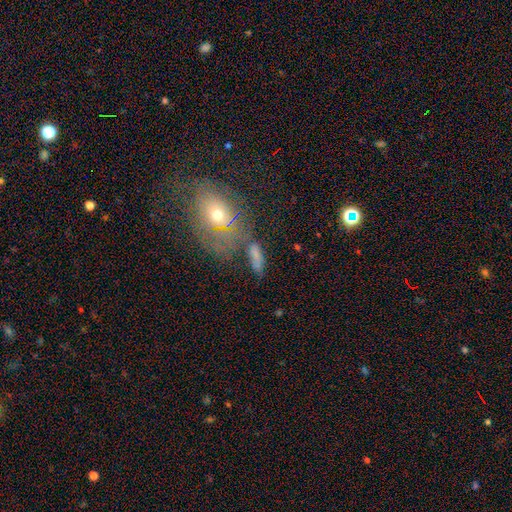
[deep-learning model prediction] Smooth or featured?
  - smooth: 59% *
  - featured or disk: 21%
  - star or artifact: 20%
How rounded?
  - in between: 58% *
  - cigar-shaped: 32%
  - round: 10%
Merging?
  - none: 48% *
  - merger: 20%
  - minor disturbance: 18%
  - major disturbance: 15%